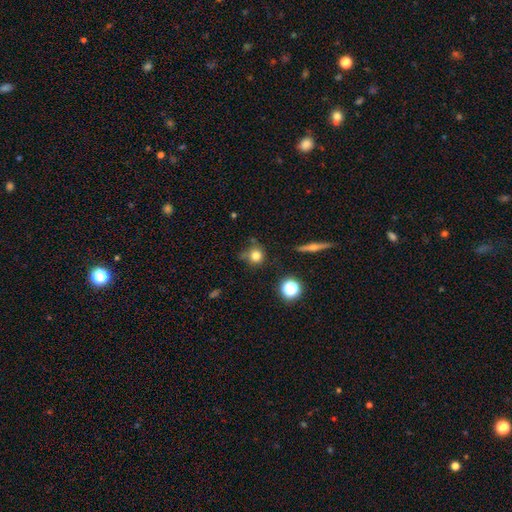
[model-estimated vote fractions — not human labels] smooth_or_featured: smooth (p=0.79) [alt: star or artifact p=0.13]
how_rounded: round (p=0.89) [alt: in between p=0.10]
merging: none (p=0.68) [alt: minor disturbance p=0.21]